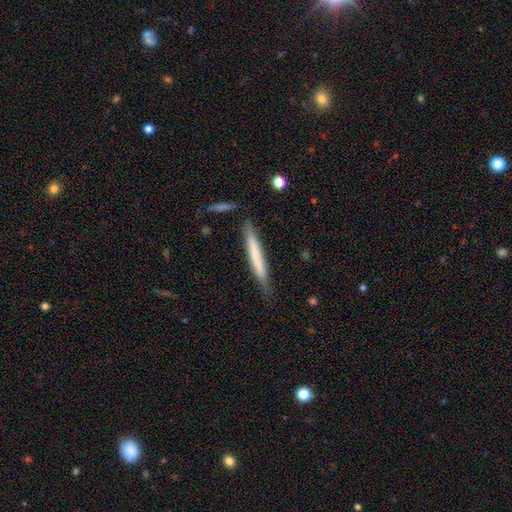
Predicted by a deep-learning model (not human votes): Overall: smooth (64%; featured or disk 31%). How rounded: cigar-shaped (96%). Merging: none (81%).